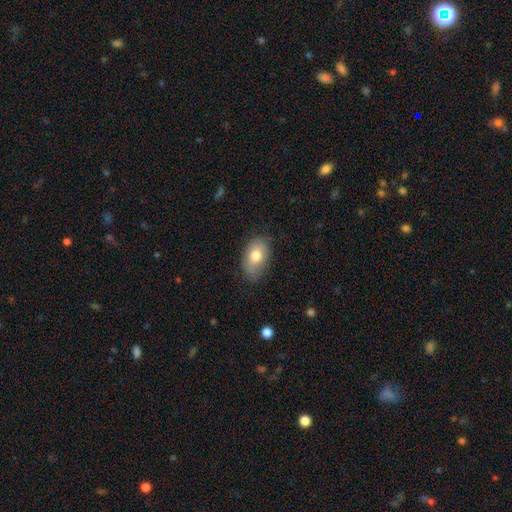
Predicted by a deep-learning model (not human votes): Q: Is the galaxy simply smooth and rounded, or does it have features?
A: smooth — 75%.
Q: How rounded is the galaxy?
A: in between — 90%.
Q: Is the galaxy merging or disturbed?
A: none — 76%.